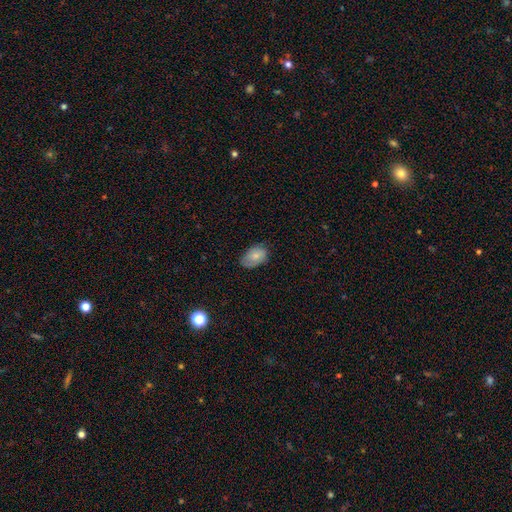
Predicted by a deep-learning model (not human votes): Q: Smooth or featured?
A: smooth (74%); runner-up: featured or disk (18%)
Q: How rounded?
A: in between (88%); runner-up: round (11%)
Q: Merging?
A: none (69%); runner-up: minor disturbance (25%)